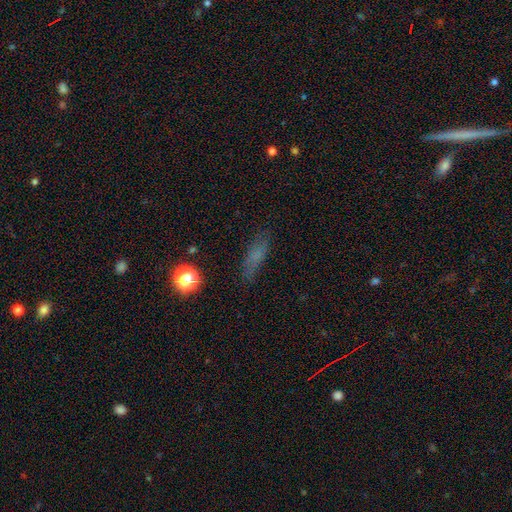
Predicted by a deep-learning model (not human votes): Smooth or featured? smooth (63%)
How rounded? cigar-shaped (52%)
Merging? none (73%)